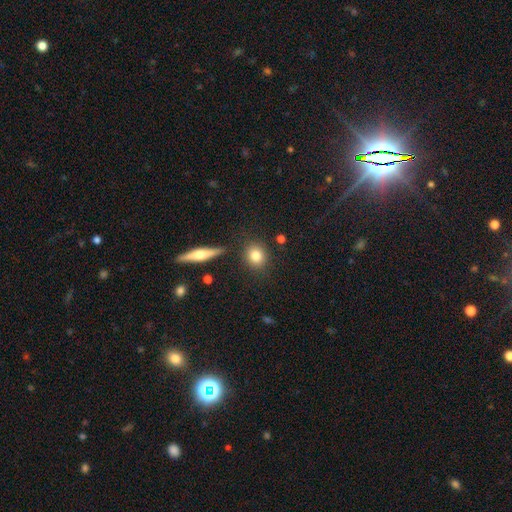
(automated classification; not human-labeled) Smooth or featured: smooth — 81% (featured or disk — 10%)
How rounded: round — 75% (in between — 23%)
Merging: none — 85% (minor disturbance — 8%)